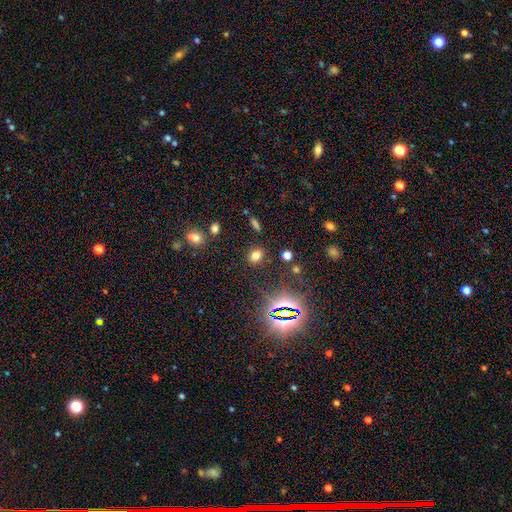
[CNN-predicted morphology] This appears to be a smooth galaxy with no disk features (70%) that is in between round and cigar-shaped (52%). Merging: none (86%).